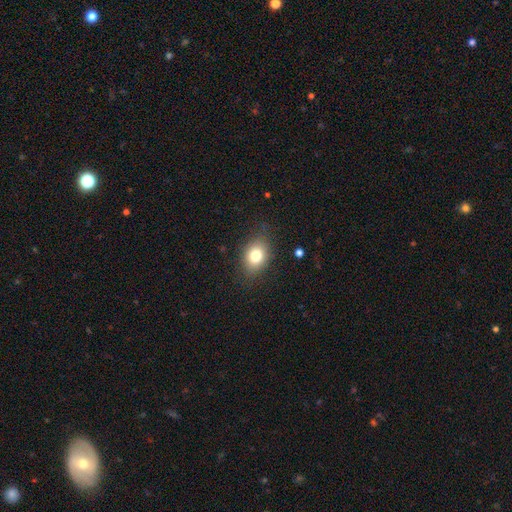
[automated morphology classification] type=smooth (79%); roundness=in between (68%); merging=none (82%).